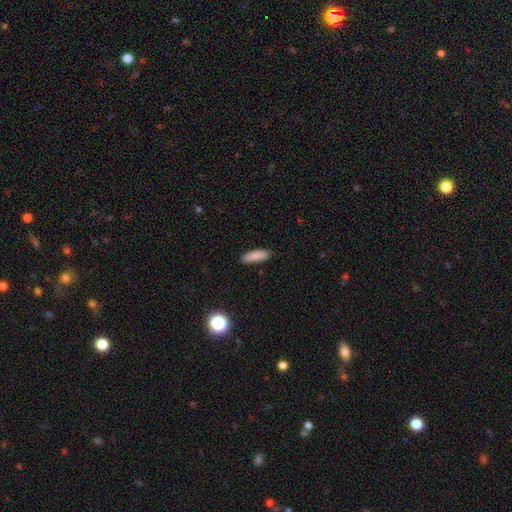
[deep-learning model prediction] smooth 86%, star or artifact 8%, featured or disk 6%. Down the decision tree: how rounded — cigar-shaped (52%); merging — none (85%).